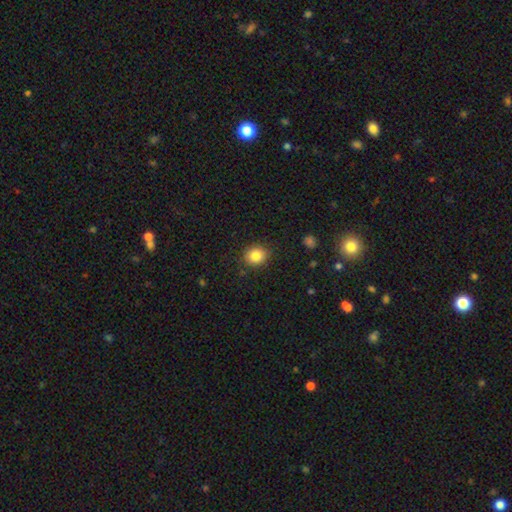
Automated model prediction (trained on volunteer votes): Smooth or featured: smooth — 85% (star or artifact — 10%)
How rounded: round — 77% (in between — 22%)
Merging: none — 87% (minor disturbance — 9%)